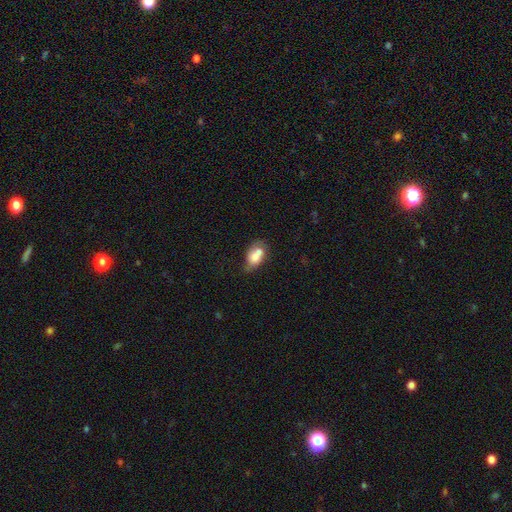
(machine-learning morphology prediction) This appears to be a smooth galaxy with no disk features (70%) that is in between round and cigar-shaped (85%). Merging: merger (41%).